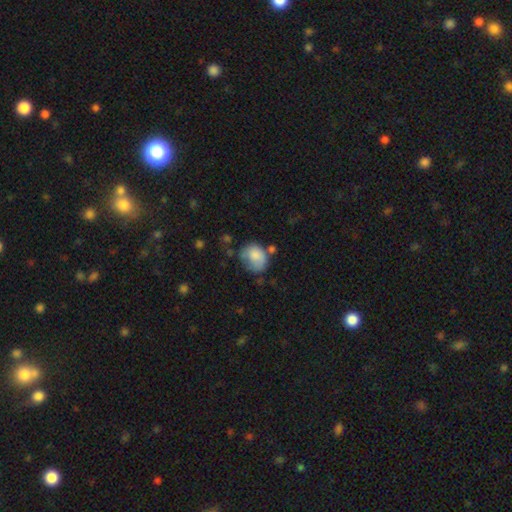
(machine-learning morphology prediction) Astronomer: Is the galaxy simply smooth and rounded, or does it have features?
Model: smooth — 75%.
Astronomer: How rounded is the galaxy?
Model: round — 56% (runner-up: in between, 43%).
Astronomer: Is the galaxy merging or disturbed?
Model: none — 40% (runner-up: minor disturbance, 30%).